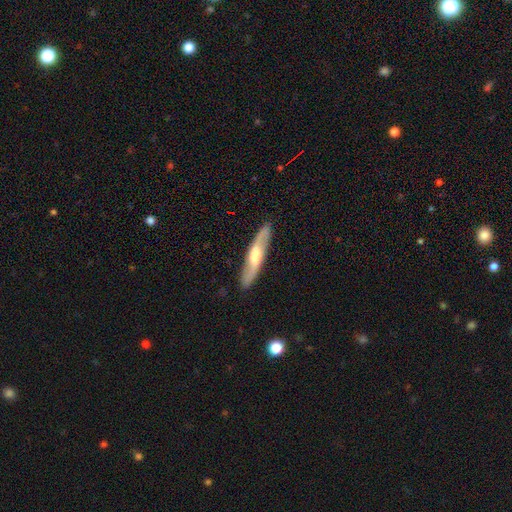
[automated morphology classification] Smooth or featured? featured or disk (68%)
Edge-on disk? no (55%)
Merging? none (88%)